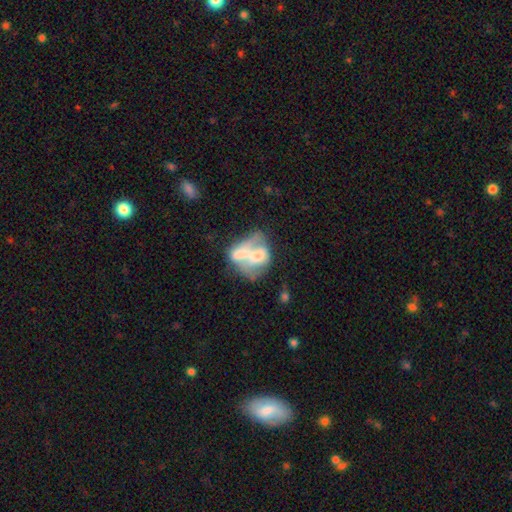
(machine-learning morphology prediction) The model was most divided on "smooth or featured": featured or disk: 51%, smooth: 39%, star or artifact: 10%. More confident: edge-on disk — no (94%); merging — merger (57%).